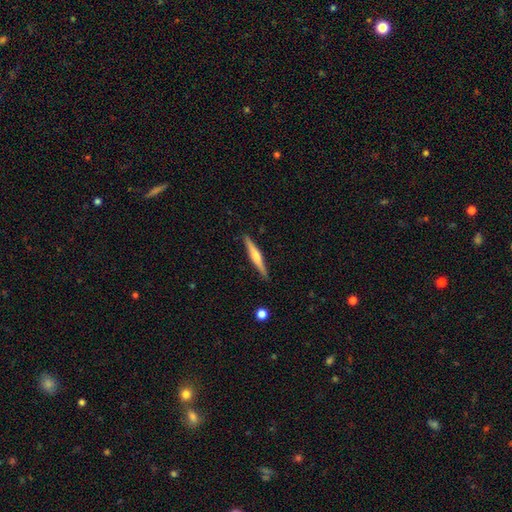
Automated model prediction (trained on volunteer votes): The model was most divided on "smooth or featured": featured or disk: 58%, smooth: 37%, star or artifact: 6%. More confident: edge-on disk — yes (98%); merging — none (90%); edge-on bulge — rounded (71%).